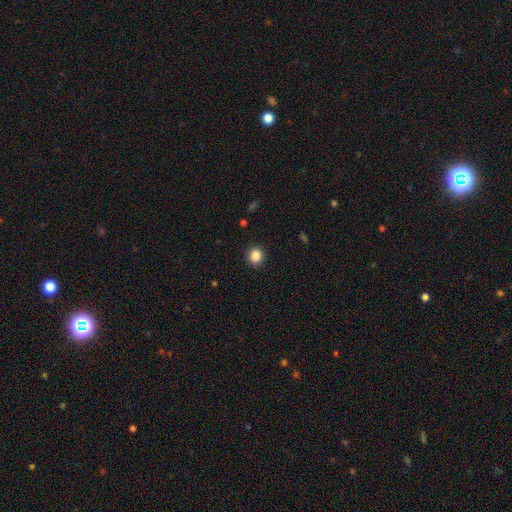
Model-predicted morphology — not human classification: This appears to be a smooth galaxy with no disk features (86%) that is round (78%). Merging: none (90%).